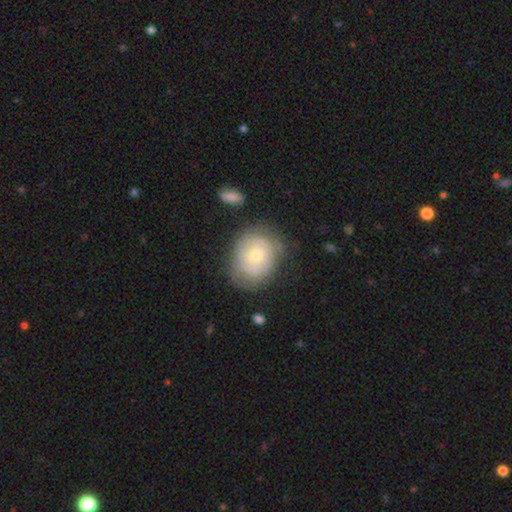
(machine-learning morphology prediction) This is possibly a featured or disk galaxy (48%). Merging: likely none (64%).